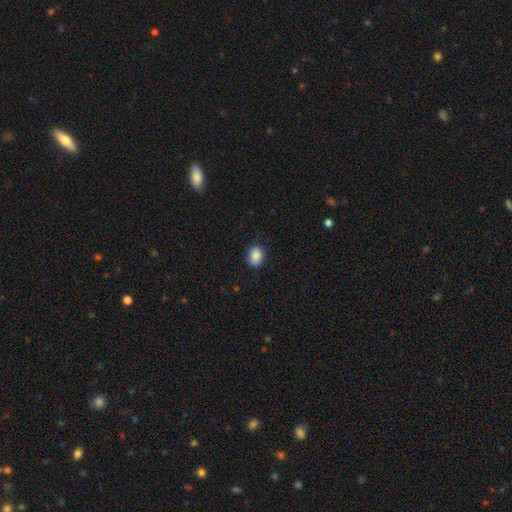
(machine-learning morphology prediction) smooth 87%, star or artifact 8%, featured or disk 5%. Down the decision tree: how rounded — in between (56%); merging — none (85%).